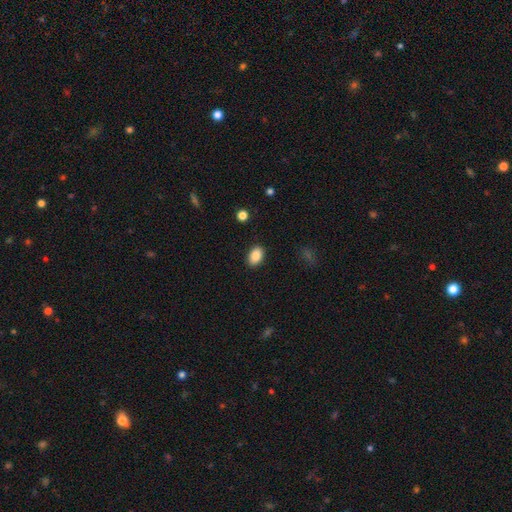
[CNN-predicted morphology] smooth_or_featured: smooth (p=0.88) [alt: star or artifact p=0.08]
how_rounded: in between (p=0.89) [alt: round p=0.10]
merging: none (p=0.88) [alt: minor disturbance p=0.09]